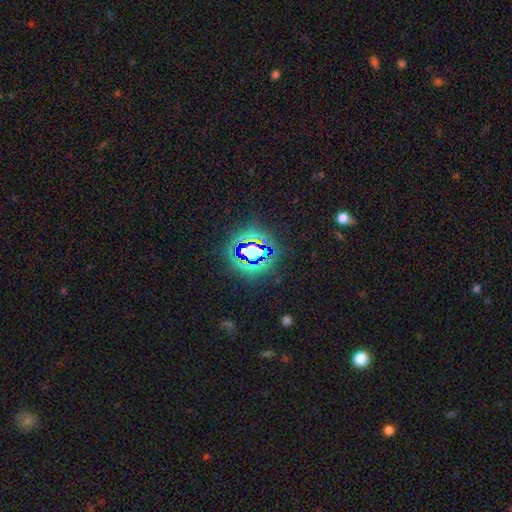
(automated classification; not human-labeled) smooth-or-featured: star or artifact: 70% | smooth: 19% | featured or disk: 12%